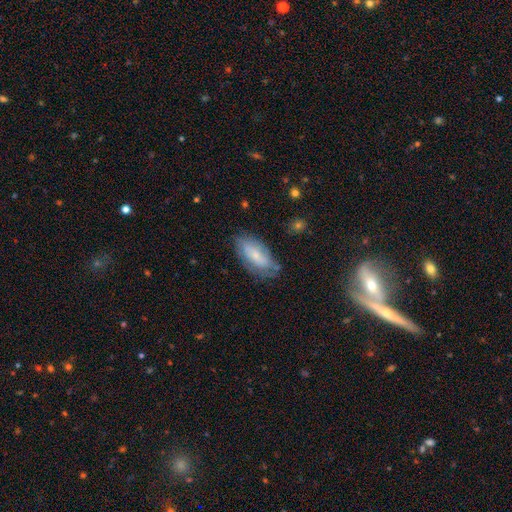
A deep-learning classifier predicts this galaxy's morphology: Overall: smooth (56%; featured or disk 37%). How rounded: in between (86%). Merging: none (65%; minor disturbance 25%).